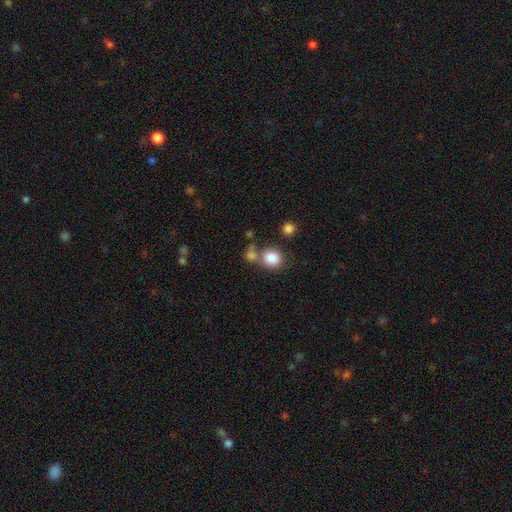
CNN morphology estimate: smooth_or_featured: smooth (p=0.82) [alt: star or artifact p=0.11]
how_rounded: round (p=0.81) [alt: in between p=0.18]
merging: none (p=0.59) [alt: merger p=0.27]